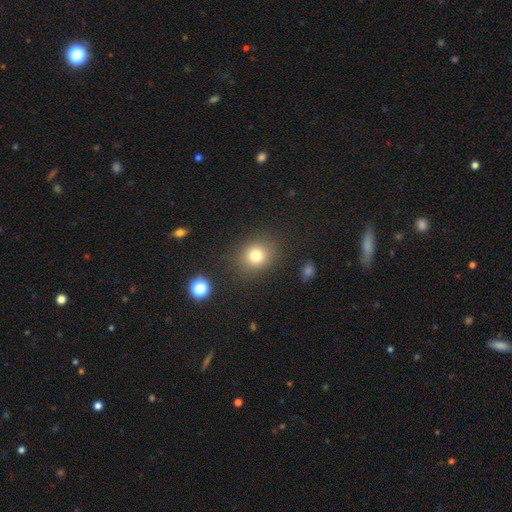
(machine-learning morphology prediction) This appears to be a smooth galaxy with no disk features (78%) that is round (76%). Merging: none (85%).